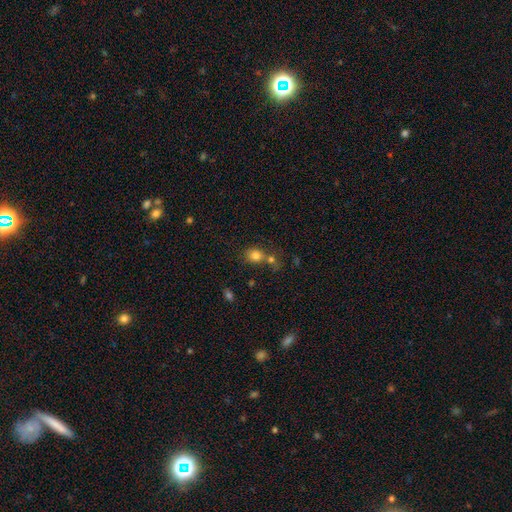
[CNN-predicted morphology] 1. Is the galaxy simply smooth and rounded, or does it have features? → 79% smooth, 13% star or artifact, 9% featured or disk.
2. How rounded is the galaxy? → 68% round, 31% in between, 1% cigar-shaped.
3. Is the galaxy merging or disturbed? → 49% none, 36% merger, 11% minor disturbance, 5% major disturbance.